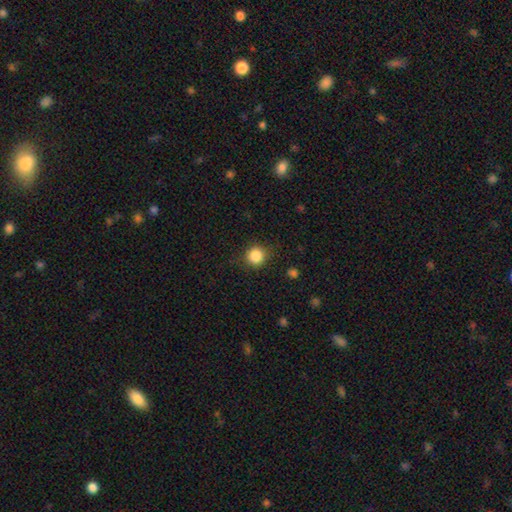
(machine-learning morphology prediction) This appears to be a smooth galaxy with no disk features (85%) that is round (91%). Merging: none (86%).